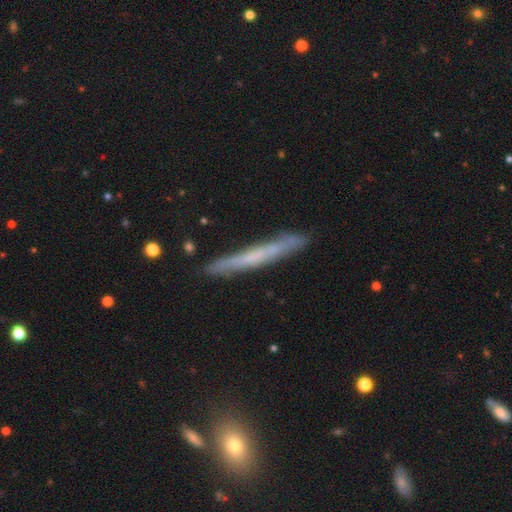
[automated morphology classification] A featured or disk galaxy (49%). Merging: none (85%).